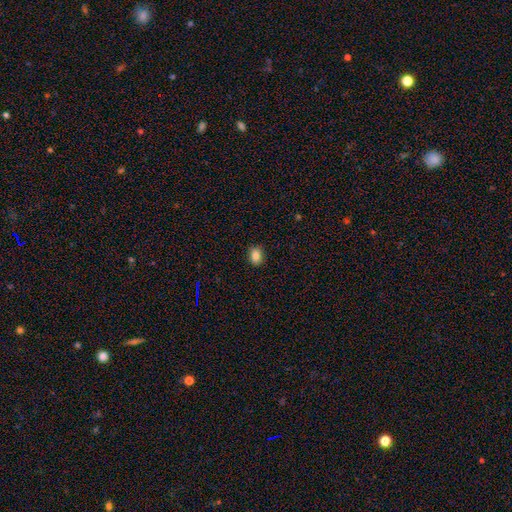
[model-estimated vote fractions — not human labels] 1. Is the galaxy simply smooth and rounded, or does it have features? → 85% smooth, 10% star or artifact, 5% featured or disk.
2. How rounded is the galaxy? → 64% in between, 35% round, 1% cigar-shaped.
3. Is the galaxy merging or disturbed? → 89% none, 8% minor disturbance, 2% major disturbance, 1% merger.